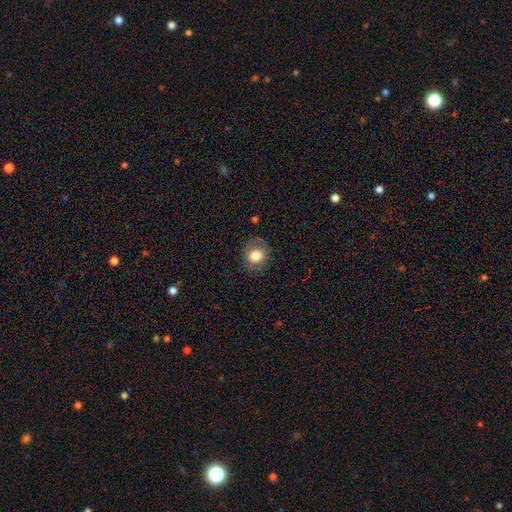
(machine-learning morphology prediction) Smooth or featured?
  - smooth: 78% *
  - featured or disk: 13%
  - star or artifact: 9%
How rounded?
  - round: 70% *
  - in between: 30%
  - cigar-shaped: 1%
Merging?
  - none: 78% *
  - minor disturbance: 15%
  - major disturbance: 6%
  - merger: 1%